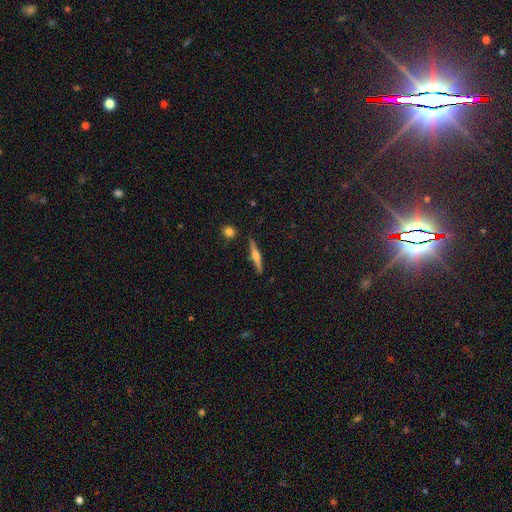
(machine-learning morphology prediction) smooth-or-featured: featured or disk: 69% | smooth: 25% | star or artifact: 7%
  disk-edge-on: yes: 98% | no: 2%
    edge-on-bulge: rounded: 90% | boxy: 6% | none: 4%
  merging: none: 89% | minor disturbance: 7% | merger: 2% | major disturbance: 2%